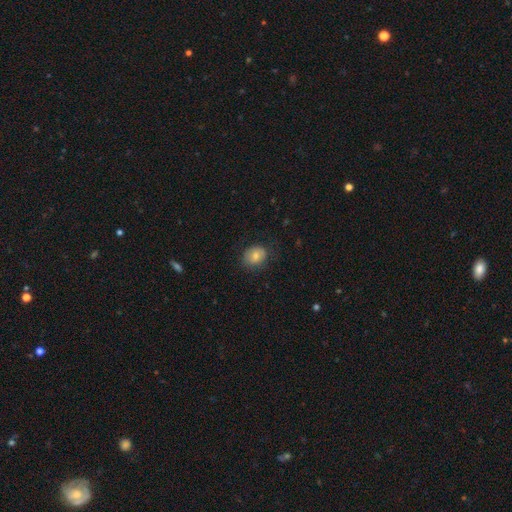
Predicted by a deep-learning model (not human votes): The model was most divided on "how rounded": round: 50%, in between: 49%, cigar-shaped: 1%. More confident: merging — none (77%); smooth or featured — smooth (75%).